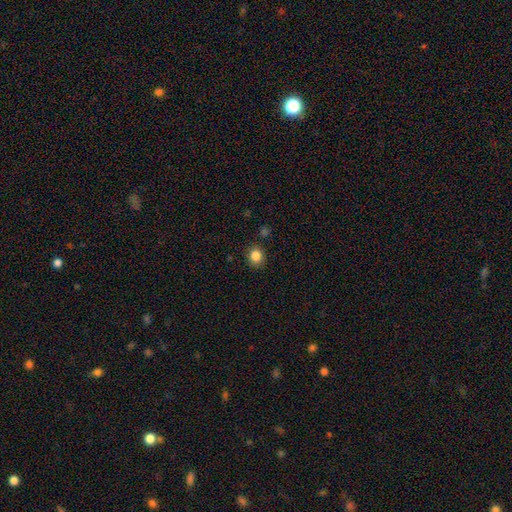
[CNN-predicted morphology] smooth-or-featured: smooth: 85% | star or artifact: 11% | featured or disk: 4%
  how-rounded: round: 75% | in between: 24% | cigar-shaped: 1%
  merging: none: 86% | minor disturbance: 9% | major disturbance: 2% | merger: 2%